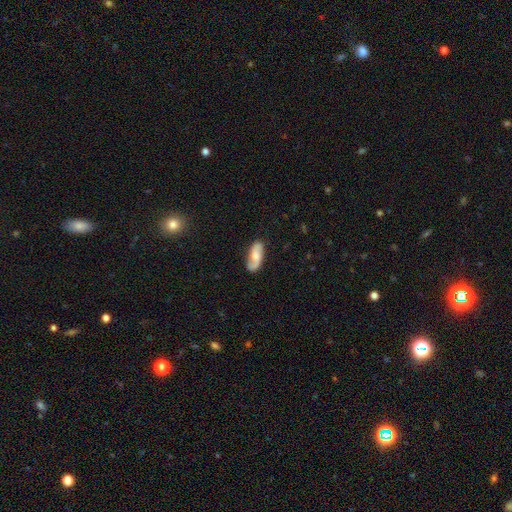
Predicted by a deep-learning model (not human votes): A featured or disk galaxy (59%) with no bar (59%), spiral arms (91%) and a moderate central bulge (52%). Merging: none (79%).